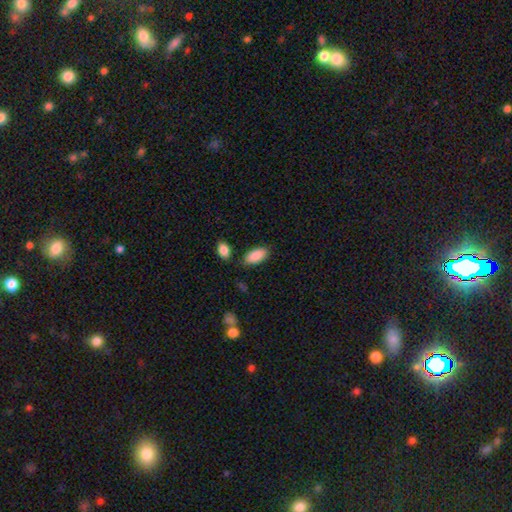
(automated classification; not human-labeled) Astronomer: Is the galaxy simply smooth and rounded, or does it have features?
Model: smooth — 90%.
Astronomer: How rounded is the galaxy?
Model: in between — 92%.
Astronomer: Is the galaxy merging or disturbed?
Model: none — 81%.